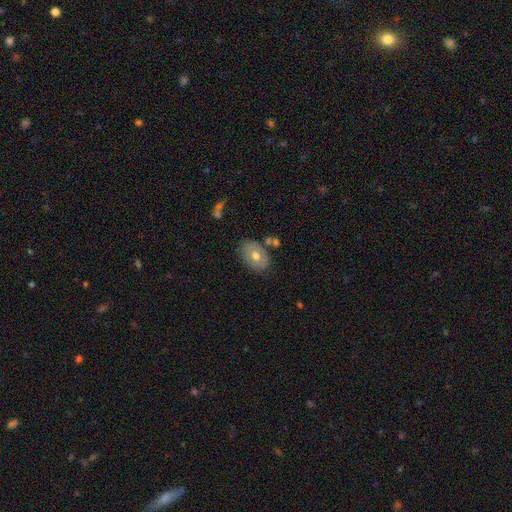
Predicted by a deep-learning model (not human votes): Q: Smooth or featured?
A: smooth (58%); runner-up: featured or disk (35%)
Q: How rounded?
A: in between (76%); runner-up: round (23%)
Q: Merging?
A: none (72%); runner-up: minor disturbance (17%)